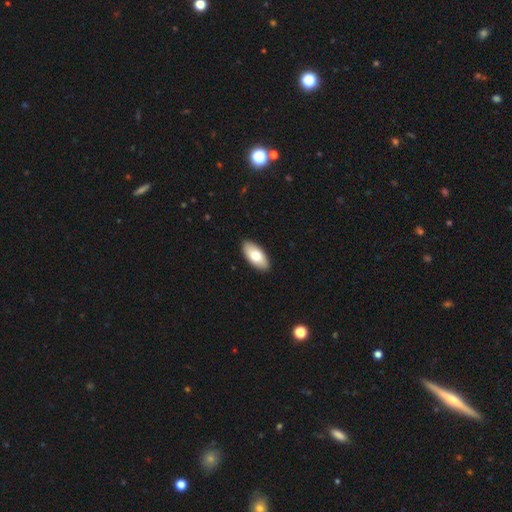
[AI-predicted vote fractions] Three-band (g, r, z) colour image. It shows a smooth galaxy with no disk features (74%) that is in between round and cigar-shaped (92%). Merging: none (91%).